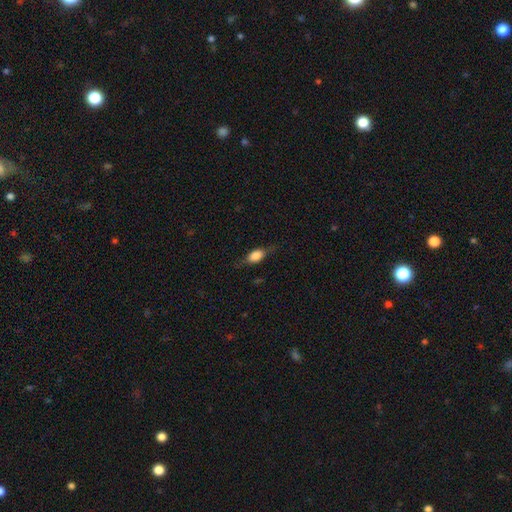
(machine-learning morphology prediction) The model was most divided on "smooth or featured": smooth: 59%, featured or disk: 32%, star or artifact: 9%. More confident: how rounded — in between (72%); merging — none (70%).